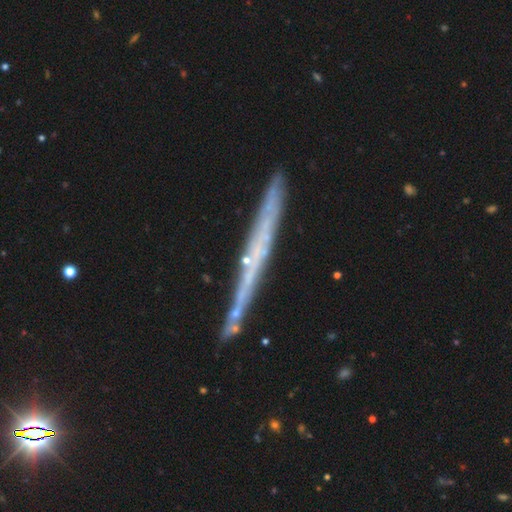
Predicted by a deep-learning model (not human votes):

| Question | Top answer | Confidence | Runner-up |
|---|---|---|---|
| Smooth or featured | featured or disk | 68% | smooth (22%) |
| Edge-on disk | yes | 94% | no (6%) |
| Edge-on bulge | none | 83% | rounded (13%) |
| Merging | none | 84% | minor disturbance (11%) |